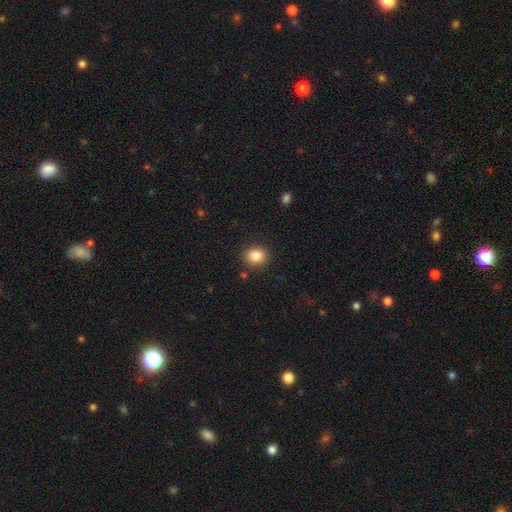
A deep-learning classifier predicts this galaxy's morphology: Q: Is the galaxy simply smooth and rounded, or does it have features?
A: smooth — 85%.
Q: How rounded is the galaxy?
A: round — 66%.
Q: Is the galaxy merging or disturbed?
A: none — 88%.